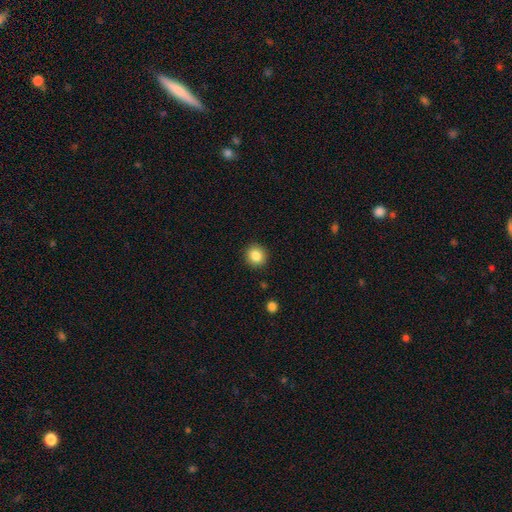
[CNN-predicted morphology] type=smooth (86%); roundness=round (89%); merging=none (91%).